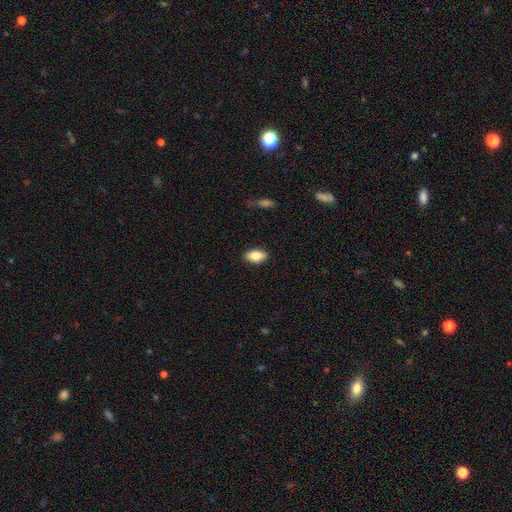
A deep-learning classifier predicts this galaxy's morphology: Smooth or featured: smooth — 80% (featured or disk — 13%)
How rounded: in between — 90% (cigar-shaped — 6%)
Merging: none — 88% (minor disturbance — 9%)